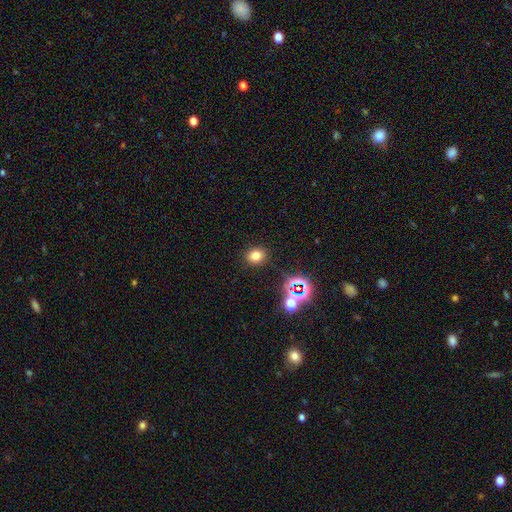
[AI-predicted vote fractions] Morphology: type=smooth (73%); roundness=round (59%); merging=none (86%).